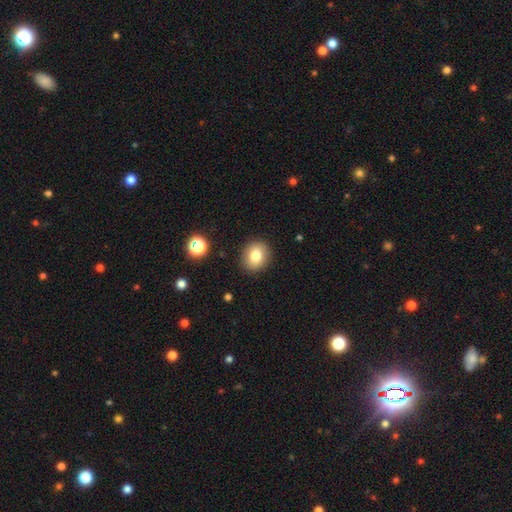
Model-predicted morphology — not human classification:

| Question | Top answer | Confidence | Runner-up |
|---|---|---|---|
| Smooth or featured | smooth | 80% | star or artifact (10%) |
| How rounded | round | 69% | in between (30%) |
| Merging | none | 89% | minor disturbance (7%) |